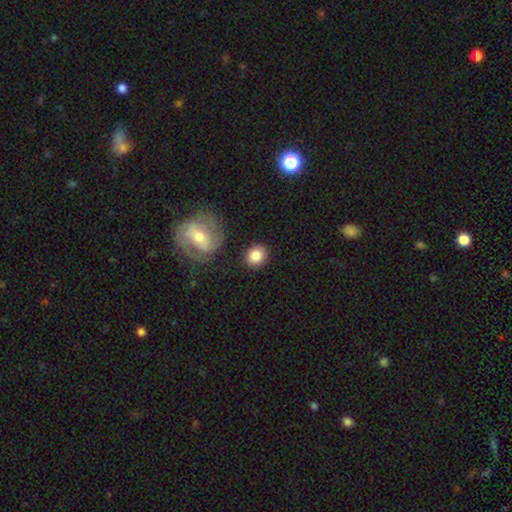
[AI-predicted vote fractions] Smooth or featured: smooth — 83% (featured or disk — 10%)
How rounded: round — 75% (in between — 24%)
Merging: none — 84% (minor disturbance — 9%)